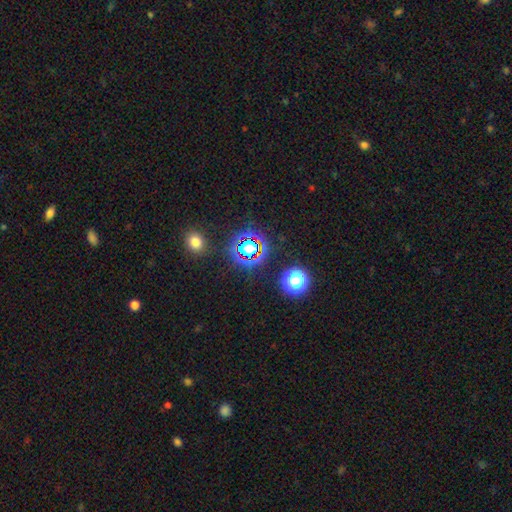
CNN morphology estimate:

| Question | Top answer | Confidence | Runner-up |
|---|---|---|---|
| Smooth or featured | star or artifact | 74% | smooth (19%) |